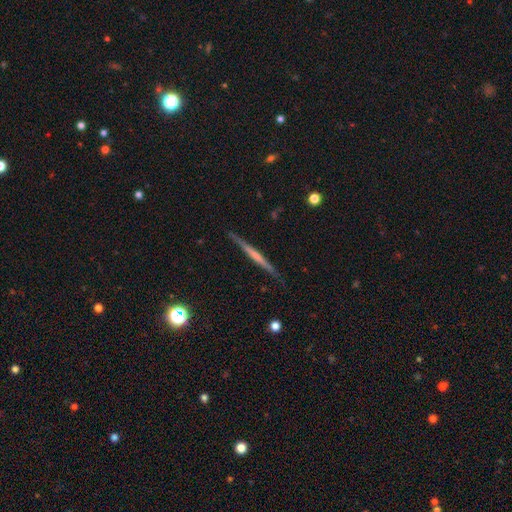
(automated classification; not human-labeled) Q: Smooth or featured?
A: featured or disk (64%); runner-up: smooth (30%)
Q: Edge-on disk?
A: yes (97%); runner-up: no (3%)
Q: Edge-on bulge?
A: none (66%); runner-up: rounded (23%)
Q: Merging?
A: none (88%); runner-up: minor disturbance (9%)